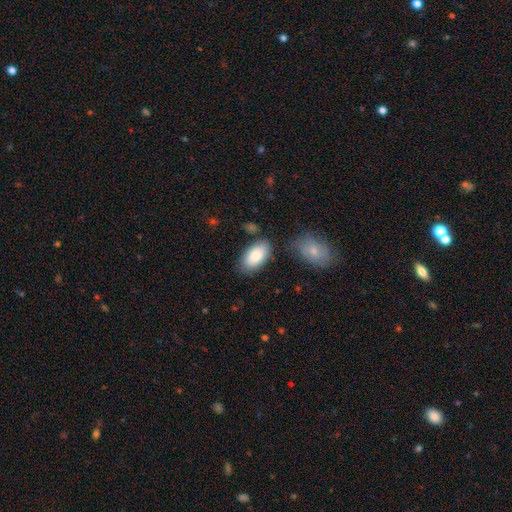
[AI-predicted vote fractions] Smooth or featured?
  - smooth: 83% *
  - featured or disk: 11%
  - star or artifact: 6%
How rounded?
  - in between: 95% *
  - round: 3%
  - cigar-shaped: 2%
Merging?
  - none: 76% *
  - minor disturbance: 15%
  - merger: 6%
  - major disturbance: 4%